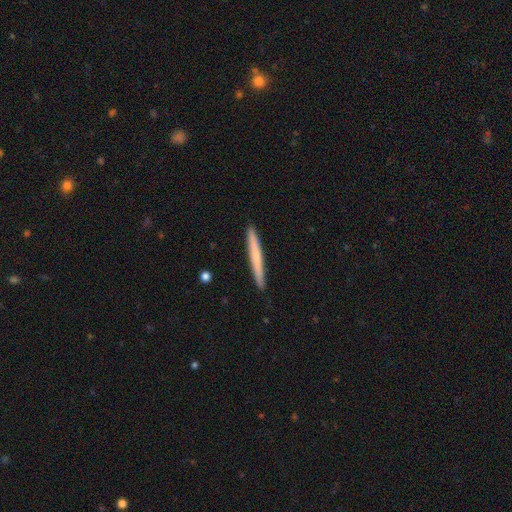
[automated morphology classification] Overall: smooth (61%; featured or disk 34%). How rounded: cigar-shaped (97%). Merging: none (92%).